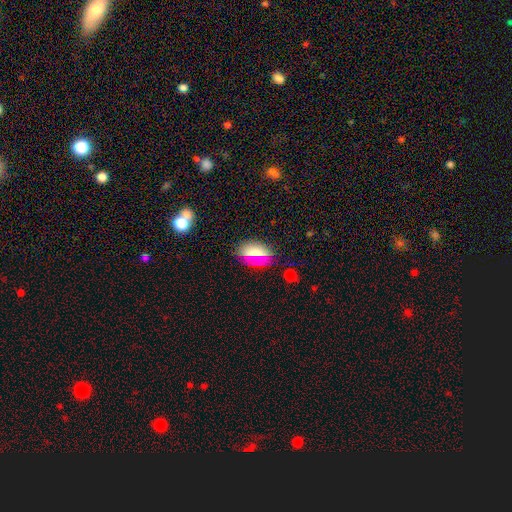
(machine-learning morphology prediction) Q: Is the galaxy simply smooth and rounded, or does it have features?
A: smooth — 67%.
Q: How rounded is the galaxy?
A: in between — 80%.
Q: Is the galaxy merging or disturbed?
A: none — 84%.